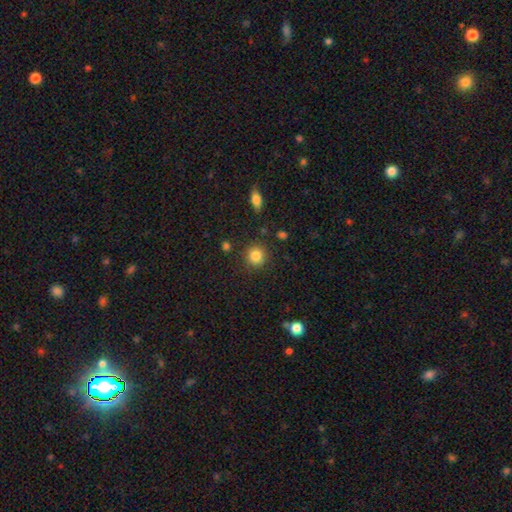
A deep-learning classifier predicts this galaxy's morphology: smooth-or-featured: smooth: 85% | star or artifact: 10% | featured or disk: 5%
  how-rounded: round: 91% | in between: 8% | cigar-shaped: 1%
  merging: none: 87% | minor disturbance: 7% | major disturbance: 3% | merger: 3%